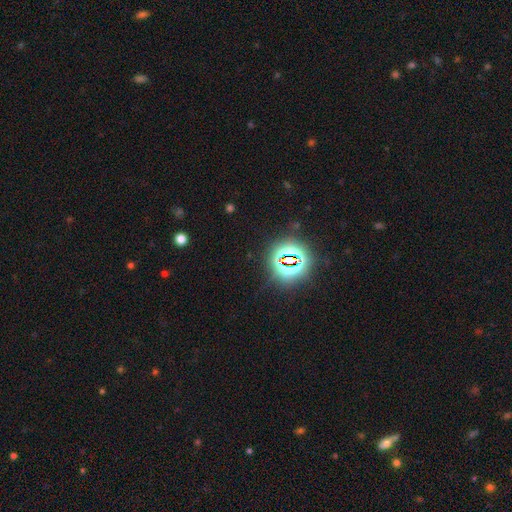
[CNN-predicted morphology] Overall: star or artifact (78%).